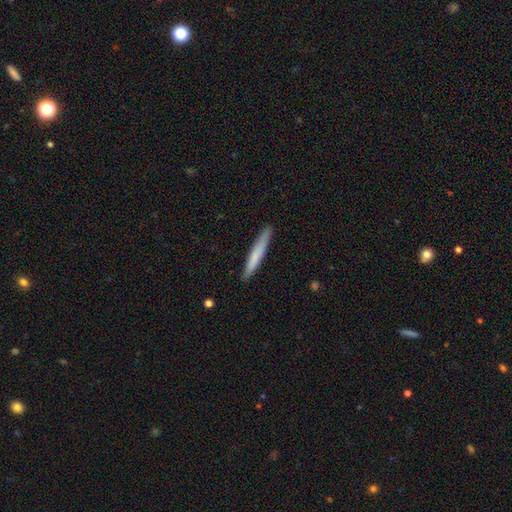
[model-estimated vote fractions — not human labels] This appears to be a smooth galaxy with no disk features (70%) that is cigar-shaped (96%). Merging: none (90%).